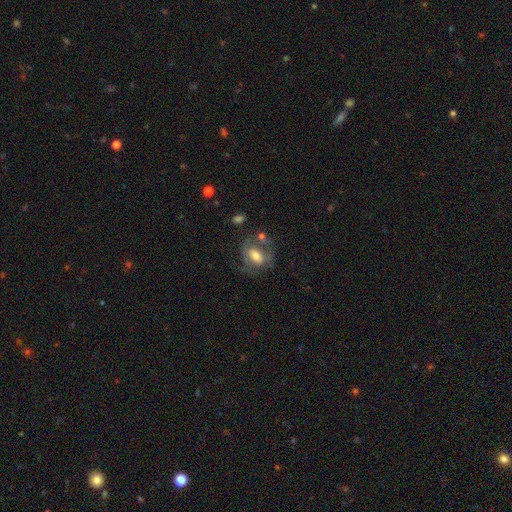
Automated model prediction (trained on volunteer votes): Smooth or featured: featured or disk — 51% (smooth — 41%)
Edge-on disk: no — 95% (yes — 5%)
Merging: none — 43% (major disturbance — 22%)